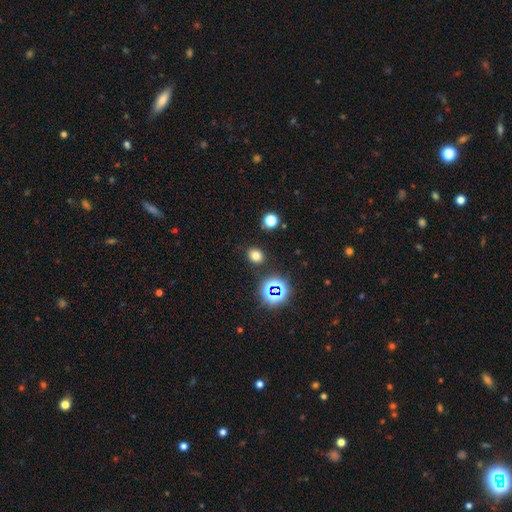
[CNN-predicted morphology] Smooth or featured?
  - smooth: 72% *
  - star or artifact: 21%
  - featured or disk: 6%
How rounded?
  - round: 63% *
  - in between: 36%
  - cigar-shaped: 1%
Merging?
  - none: 86% *
  - minor disturbance: 8%
  - major disturbance: 3%
  - merger: 3%